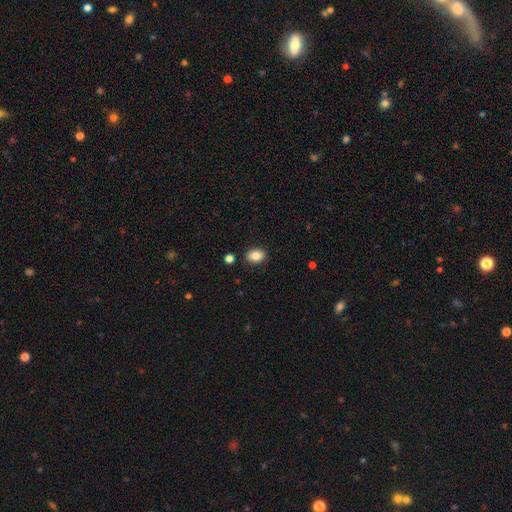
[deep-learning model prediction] Smooth or featured? smooth (83%)
How rounded? in between (65%)
Merging? none (88%)